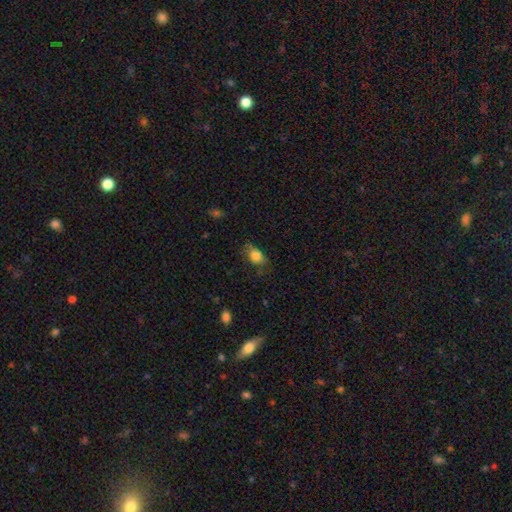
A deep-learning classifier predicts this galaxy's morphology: smooth 77%, featured or disk 13%, star or artifact 9%. Down the decision tree: how rounded — in between (76%); merging — none (64%).